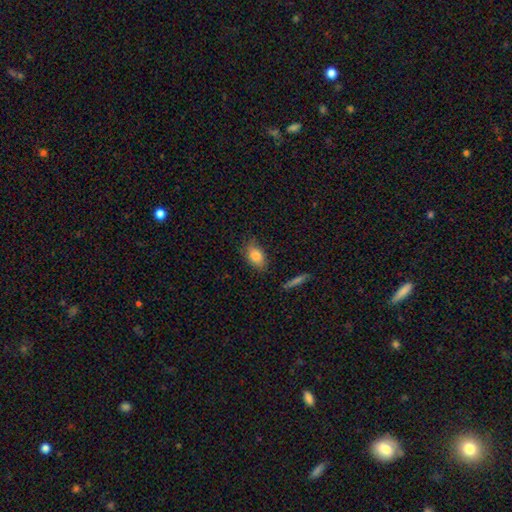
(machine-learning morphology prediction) This appears to be a smooth galaxy with no disk features (82%) that is in between round and cigar-shaped (85%). Merging: none (76%).